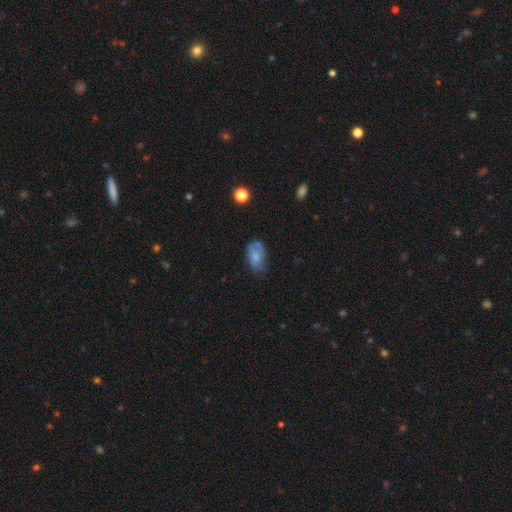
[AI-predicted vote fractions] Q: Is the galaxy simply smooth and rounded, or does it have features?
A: smooth — 58%.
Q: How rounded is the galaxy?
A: in between — 88%.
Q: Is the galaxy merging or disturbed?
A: none — 43%.